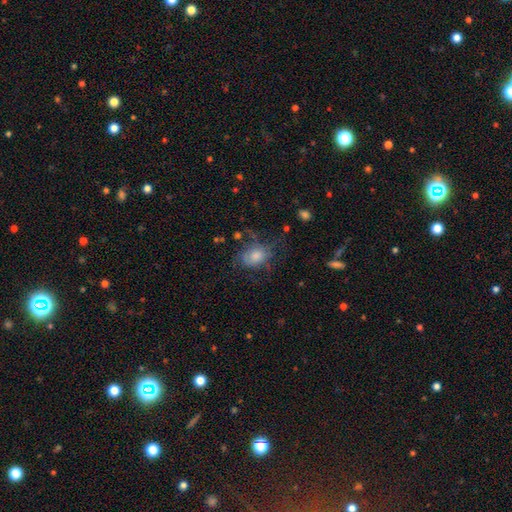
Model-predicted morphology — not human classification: type=smooth (53%); roundness=in between (67%); merging=none (51%).